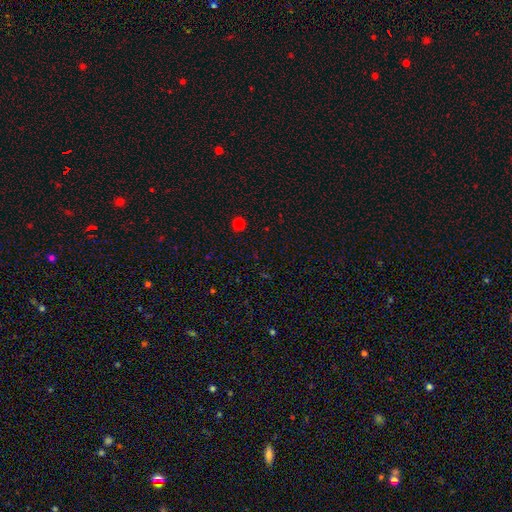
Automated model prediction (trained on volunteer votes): Q: Smooth or featured?
A: star or artifact (51%); runner-up: smooth (43%)